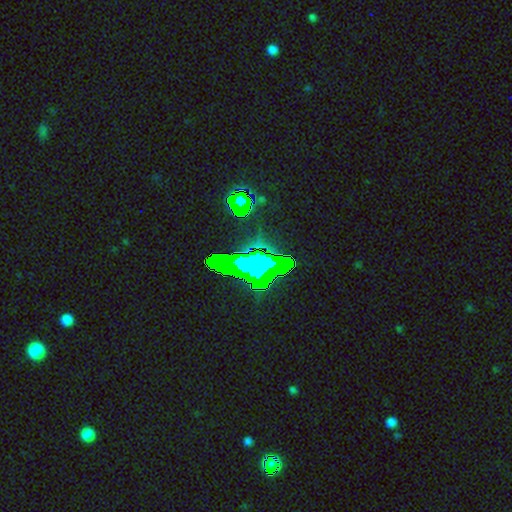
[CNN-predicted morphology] Smooth or featured? star or artifact (75%)